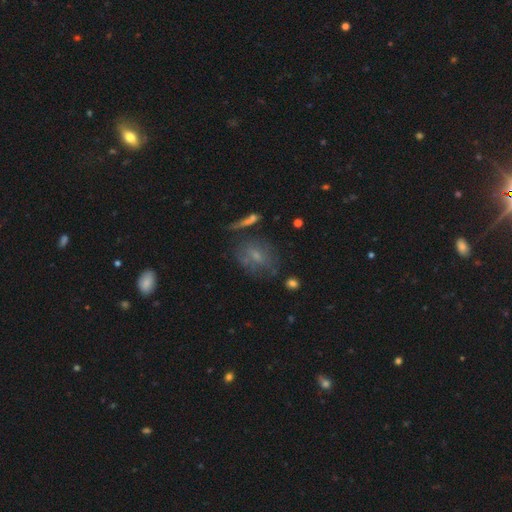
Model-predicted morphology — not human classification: Smooth or featured?
  - smooth: 43% * (tied)
  - featured or disk: 43% * (tied)
  - star or artifact: 14%
Merging?
  - none: 56% *
  - minor disturbance: 22%
  - major disturbance: 14%
  - merger: 8%